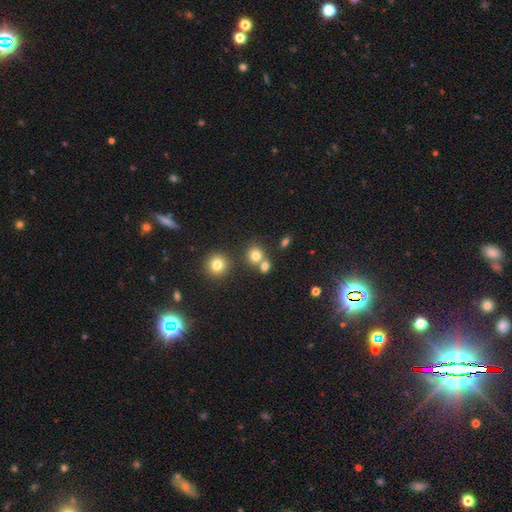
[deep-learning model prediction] Smooth or featured: smooth — 77% (star or artifact — 15%)
How rounded: round — 82% (in between — 17%)
Merging: none — 59% (merger — 30%)